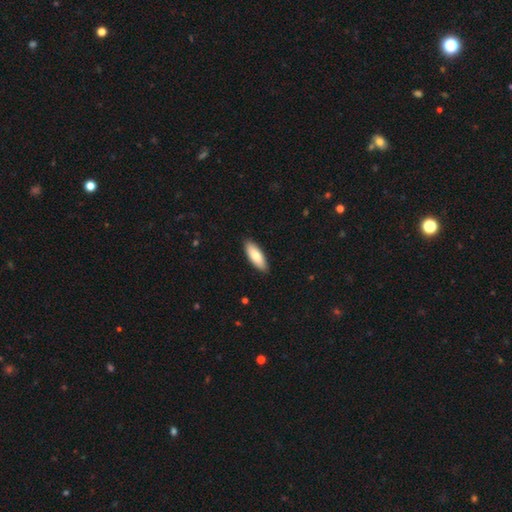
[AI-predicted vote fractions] Morphology: type=smooth (81%); roundness=in between (69%); merging=none (89%).